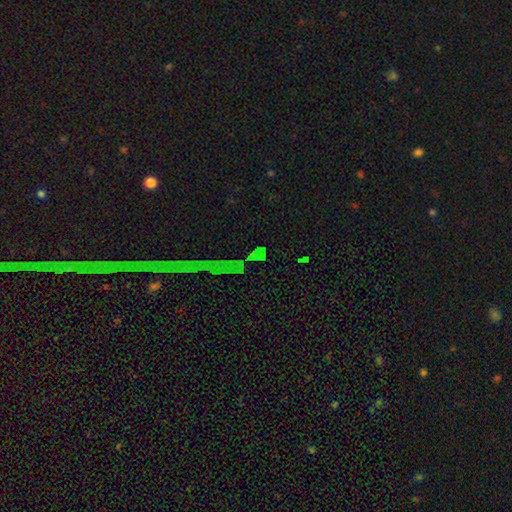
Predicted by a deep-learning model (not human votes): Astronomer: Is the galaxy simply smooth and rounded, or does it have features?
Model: star or artifact — 69%.